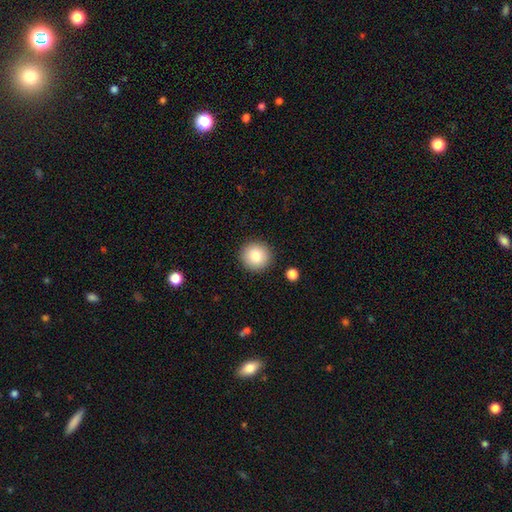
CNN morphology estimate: type=smooth (83%); roundness=round (93%); merging=none (91%).